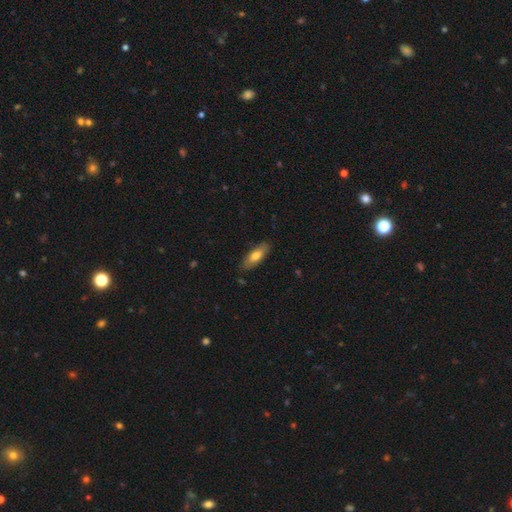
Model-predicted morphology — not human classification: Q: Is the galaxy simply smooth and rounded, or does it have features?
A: smooth — 71%.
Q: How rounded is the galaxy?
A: in between — 70%.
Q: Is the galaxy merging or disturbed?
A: none — 84%.